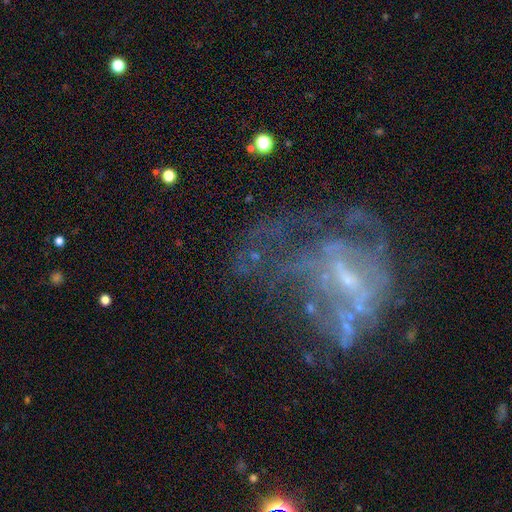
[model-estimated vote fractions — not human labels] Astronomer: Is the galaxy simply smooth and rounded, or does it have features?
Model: featured or disk — 72%.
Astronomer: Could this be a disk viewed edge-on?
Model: no — 96%.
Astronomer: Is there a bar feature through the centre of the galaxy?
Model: no — 46% (runner-up: weak, 39%).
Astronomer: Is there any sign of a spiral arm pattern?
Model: yes — 50%, tied with no at 50%.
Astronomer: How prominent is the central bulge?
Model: small — 59%.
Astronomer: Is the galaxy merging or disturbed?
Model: major disturbance — 41% (runner-up: none, 37%).